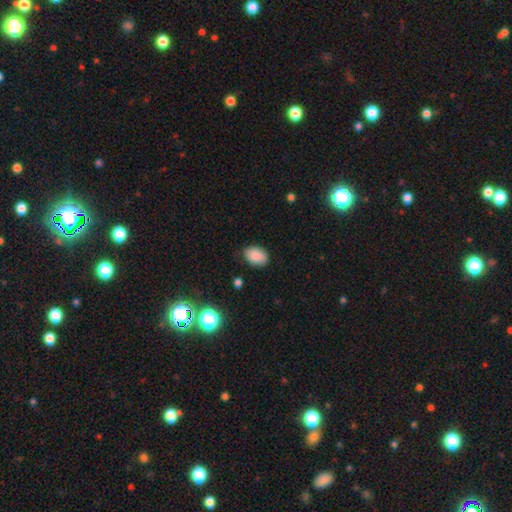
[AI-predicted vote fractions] Smooth or featured?
  - smooth: 85% *
  - star or artifact: 9%
  - featured or disk: 6%
How rounded?
  - in between: 81% *
  - round: 18%
  - cigar-shaped: 1%
Merging?
  - none: 79% *
  - minor disturbance: 17%
  - major disturbance: 3%
  - merger: 1%